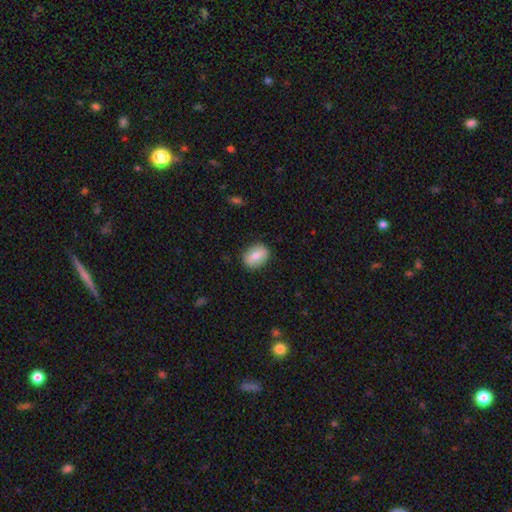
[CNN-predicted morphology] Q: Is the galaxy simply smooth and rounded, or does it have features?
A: smooth — 68%.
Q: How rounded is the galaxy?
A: in between — 70%.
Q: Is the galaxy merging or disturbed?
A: none — 86%.